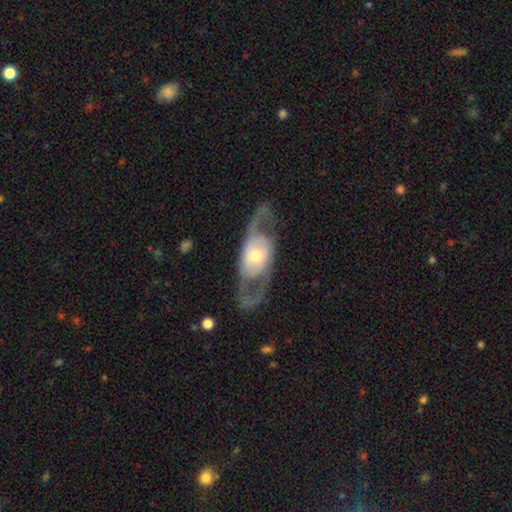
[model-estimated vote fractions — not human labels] Smooth or featured?
  - featured or disk: 79% *
  - smooth: 16%
  - star or artifact: 4%
Edge-on disk?
  - no: 88% *
  - yes: 12%
Bar?
  - no: 75% *
  - weak: 18%
  - strong: 7%
Spiral arms?
  - yes: 70% *
  - no: 30%
Bulge size?
  - moderate: 63% *
  - small: 21%
  - large: 13%
  - dominant: 2%
  - none: 1%
Merging?
  - none: 68% *
  - major disturbance: 16%
  - minor disturbance: 14%
  - merger: 2%